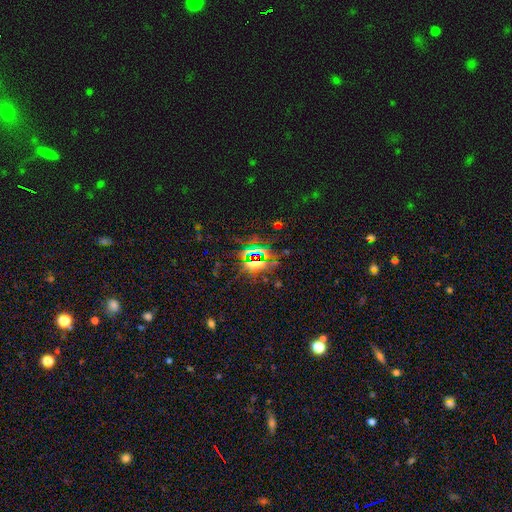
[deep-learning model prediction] smooth-or-featured: star or artifact: 73% | smooth: 17% | featured or disk: 10%